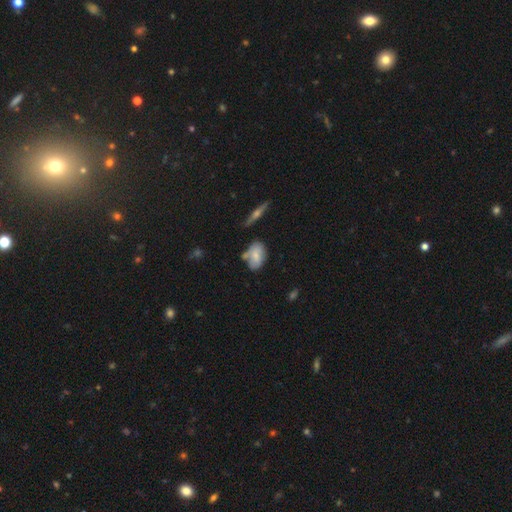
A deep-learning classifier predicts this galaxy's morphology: Smooth or featured?
  - smooth: 69% *
  - featured or disk: 24%
  - star or artifact: 7%
How rounded?
  - in between: 87% *
  - round: 11%
  - cigar-shaped: 2%
Merging?
  - none: 54% *
  - minor disturbance: 27%
  - merger: 13%
  - major disturbance: 7%